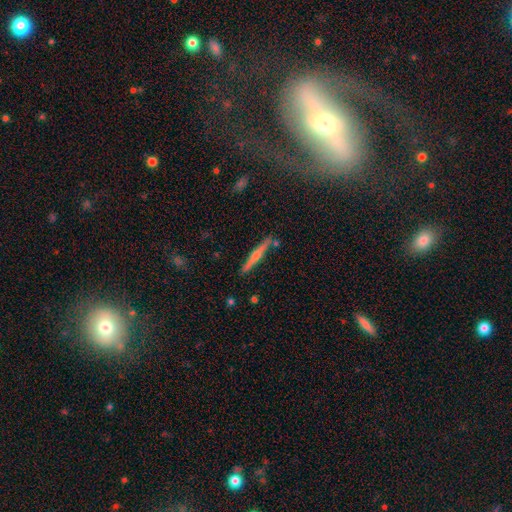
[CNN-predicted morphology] type=featured or disk (56%); edge-on=yes (97%); edge-on bulge=rounded (68%); merging=none (86%).